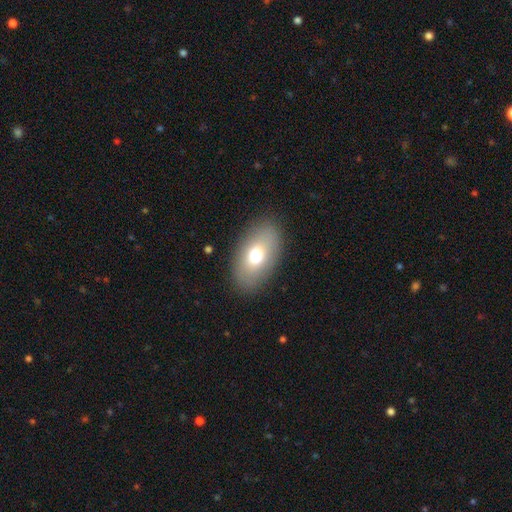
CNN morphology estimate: A smooth galaxy with no disk features (71%) that is in between round and cigar-shaped (91%).

Vote fractions:
- Smooth or featured? smooth: 71% / featured or disk: 20% / star or artifact: 9%
- How rounded? in between: 91% / round: 7% / cigar-shaped: 2%
- Merging? none: 86% / minor disturbance: 9% / major disturbance: 4% / merger: 1%